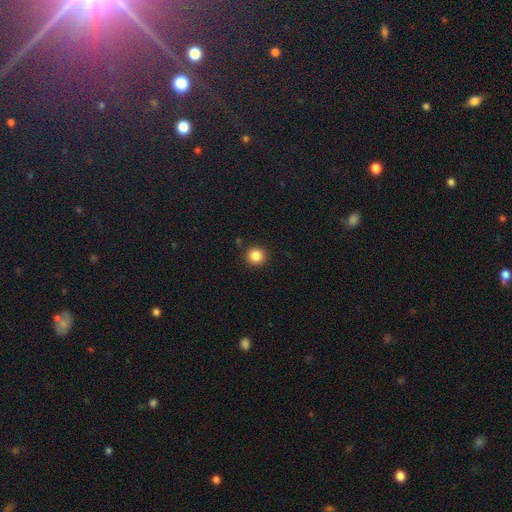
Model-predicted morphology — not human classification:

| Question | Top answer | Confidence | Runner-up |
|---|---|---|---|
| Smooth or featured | smooth | 86% | star or artifact (11%) |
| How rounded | round | 94% | in between (5%) |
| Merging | none | 90% | minor disturbance (6%) |